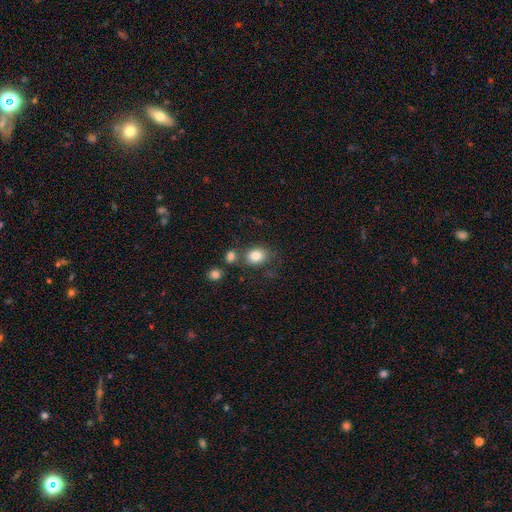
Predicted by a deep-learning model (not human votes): Morphology: type=smooth (83%); roundness=in between (54%); merging=none (63%).